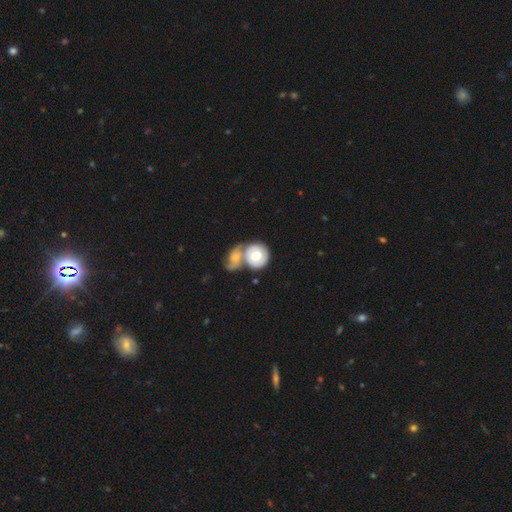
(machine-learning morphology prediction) smooth 49%, featured or disk 46%, star or artifact 5%. Down the decision tree: merging — merger (51%).